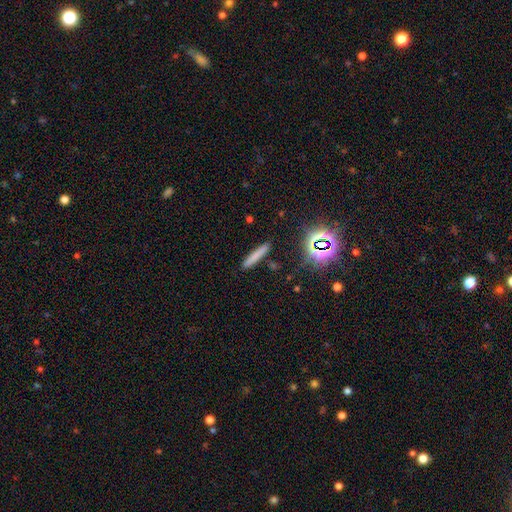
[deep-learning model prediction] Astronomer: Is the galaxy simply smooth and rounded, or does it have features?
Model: smooth — 73%.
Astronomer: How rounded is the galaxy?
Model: cigar-shaped — 93%.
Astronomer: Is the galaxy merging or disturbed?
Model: none — 88%.